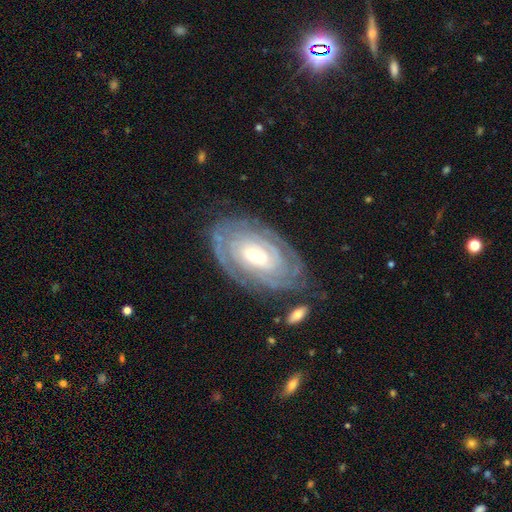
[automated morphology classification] smooth-or-featured: featured or disk: 86% | smooth: 9% | star or artifact: 5%
  disk-edge-on: no: 95% | yes: 5%
    bar: no: 63% | weak: 26% | strong: 11%
    has-spiral-arms: yes: 95% | no: 5%
      spiral-winding: tight: 84% | medium: 13% | loose: 3%
      spiral-arm-count: can't tell: 39% | 2: 19% | 3: 16% | 4: 13% | more than 4: 8% | 1: 5%
    bulge-size: moderate: 47% (tied) | small: 47% (tied) | large: 4% | dominant: 1% | none: 1%
  merging: none: 77% | minor disturbance: 15% | major disturbance: 6% | merger: 3%